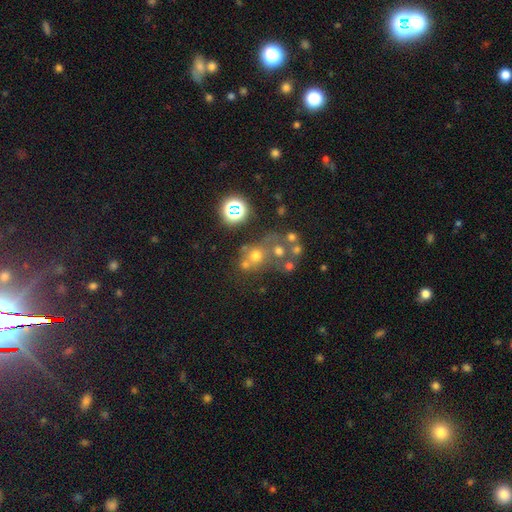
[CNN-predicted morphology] This appears to be a smooth galaxy with no disk features (40%). Merging: none (43%).